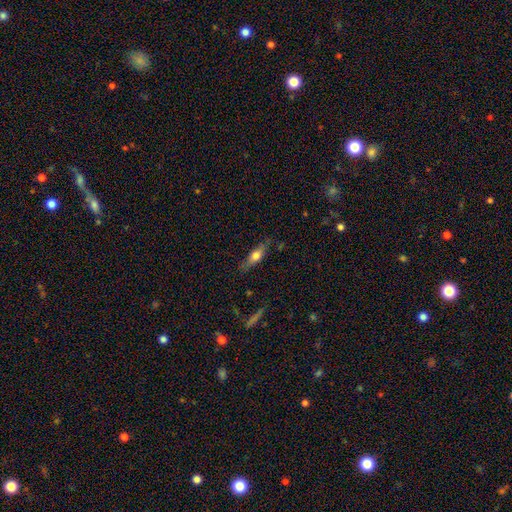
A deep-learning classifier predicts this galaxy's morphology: A smooth galaxy with no disk features (48%).

Vote fractions:
- Smooth or featured? smooth: 48% / featured or disk: 44% / star or artifact: 7%
- Merging? none: 77% / minor disturbance: 17% / major disturbance: 4% / merger: 2%